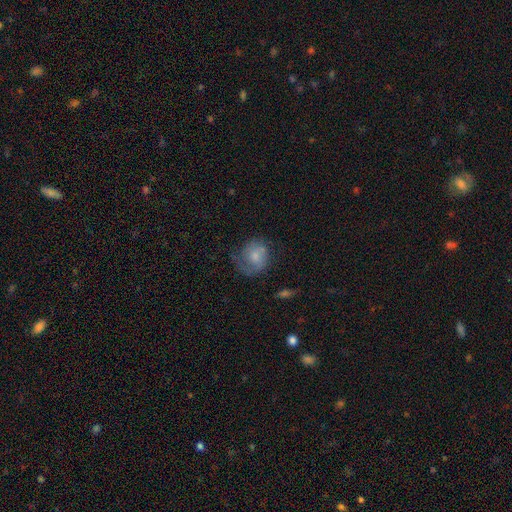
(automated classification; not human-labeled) This appears to be a smooth galaxy with no disk features (50%) that is round (73%). Merging: none (48%).